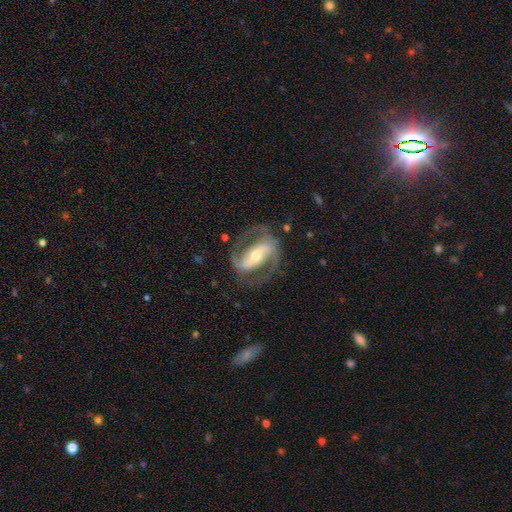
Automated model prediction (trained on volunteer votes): A featured or disk galaxy (89%) with a strong bar (68%), 2 (91%) medium (55%) spiral arms (94%) and a moderate central bulge (55%).

Vote fractions:
- Smooth or featured? featured or disk: 89% / smooth: 6% / star or artifact: 5%
- Edge-on disk? no: 95% / yes: 5%
- Bar? strong: 68% / weak: 22% / no: 11%
- Spiral arms? yes: 94% / no: 6%
- Spiral winding? medium: 55% / tight: 26% / loose: 19%
- Spiral arm count? 2: 91% / can't tell: 3% / 1: 2% / 3: 2% / 4: 1% / more than 4: 1%
- Bulge size? moderate: 55% / small: 37% / large: 6% / none: 1% / dominant: 1%
- Merging? none: 75% / minor disturbance: 13% / major disturbance: 10% / merger: 2%